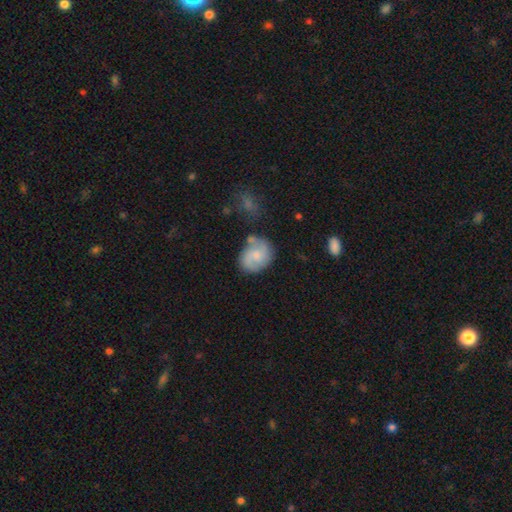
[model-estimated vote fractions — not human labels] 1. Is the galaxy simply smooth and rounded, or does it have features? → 53% featured or disk, 39% smooth, 7% star or artifact.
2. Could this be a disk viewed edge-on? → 98% no, 2% yes.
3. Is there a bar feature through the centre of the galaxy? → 62% no, 34% weak, 4% strong.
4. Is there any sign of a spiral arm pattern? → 87% yes, 13% no.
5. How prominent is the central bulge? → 44% small, 36% moderate, 15% none, 4% large, 1% dominant.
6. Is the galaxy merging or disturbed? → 59% none, 22% minor disturbance, 12% merger, 8% major disturbance.